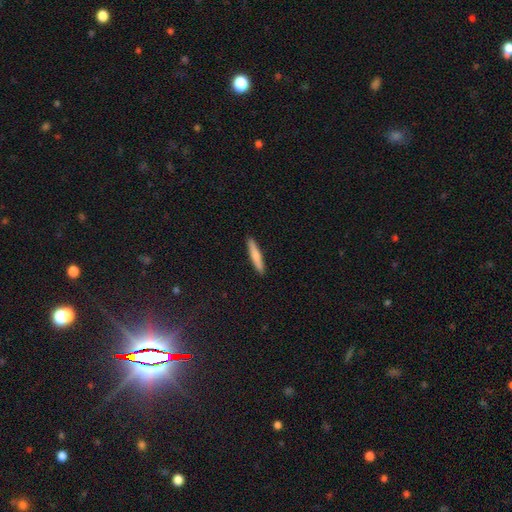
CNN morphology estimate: The model was most divided on "smooth or featured": smooth: 71%, featured or disk: 23%, star or artifact: 5%. More confident: how rounded — cigar-shaped (92%); merging — none (92%).